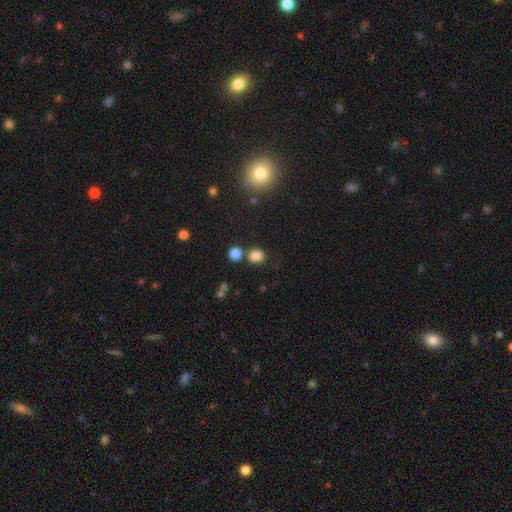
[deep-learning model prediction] Overall: smooth (81%). How rounded: round (67%; in between 32%). Merging: none (68%).